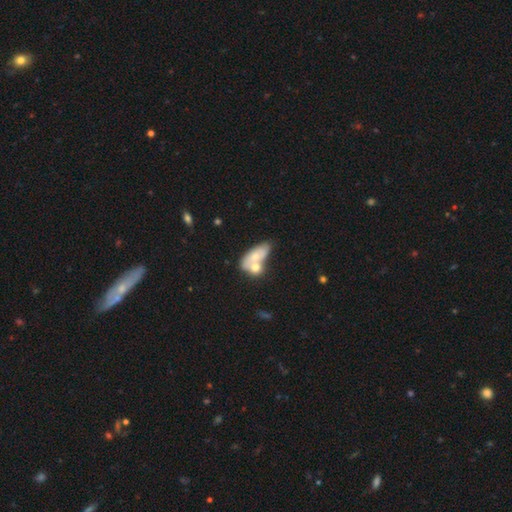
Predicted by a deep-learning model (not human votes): A smooth galaxy with no disk features (63%) that is in between round and cigar-shaped (81%).

Vote fractions:
- Smooth or featured? smooth: 63% / featured or disk: 30% / star or artifact: 7%
- How rounded? in between: 81% / round: 10% / cigar-shaped: 8%
- Merging? merger: 60% / none: 22% / minor disturbance: 11% / major disturbance: 6%